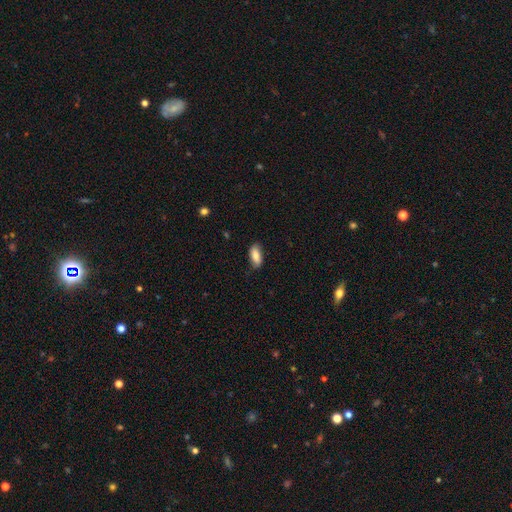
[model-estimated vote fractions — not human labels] Smooth or featured? Predicted: smooth (p=0.83). How rounded? Predicted: in between (p=0.86). Merging? Predicted: none (p=0.77).